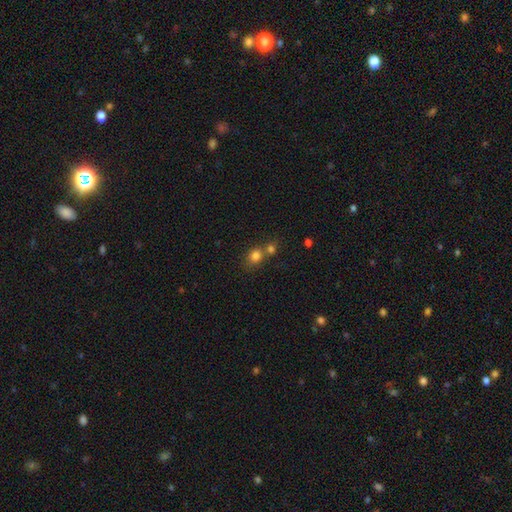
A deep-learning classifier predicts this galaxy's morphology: Smooth or featured?
  - smooth: 80% *
  - star or artifact: 13%
  - featured or disk: 8%
How rounded?
  - round: 70% *
  - in between: 29%
  - cigar-shaped: 1%
Merging?
  - merger: 46% *
  - none: 42%
  - minor disturbance: 8%
  - major disturbance: 3%